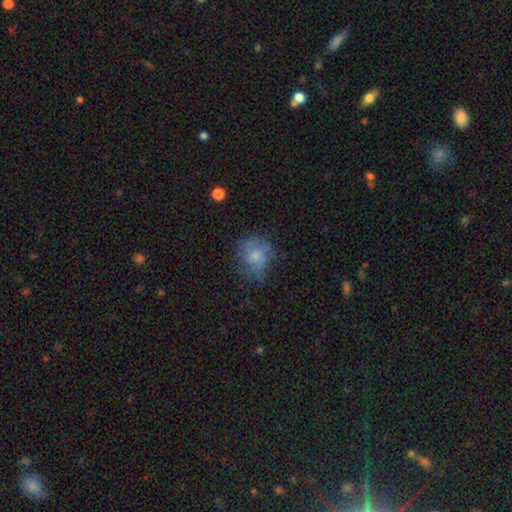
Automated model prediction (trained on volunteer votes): Overall: smooth (53%; featured or disk 36%). How rounded: round (74%). Merging: none (57%; minor disturbance 25%).